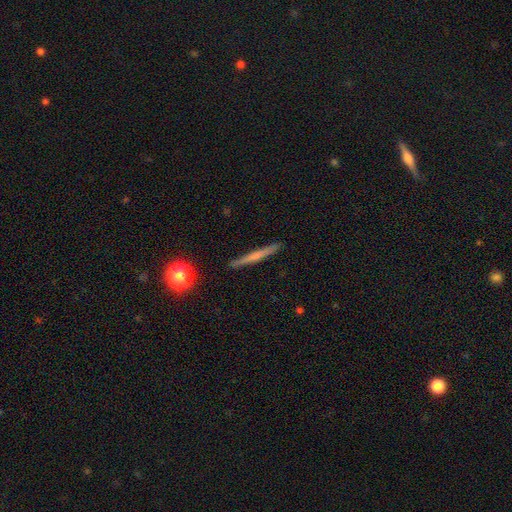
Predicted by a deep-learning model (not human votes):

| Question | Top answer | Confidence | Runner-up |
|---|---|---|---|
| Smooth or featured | featured or disk | 47% | smooth (46%) |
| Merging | none | 91% | minor disturbance (7%) |